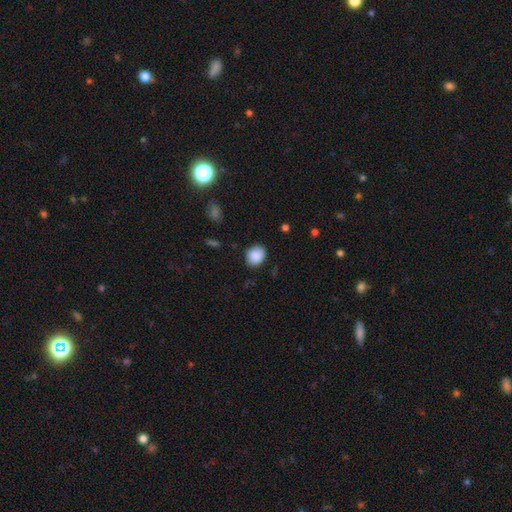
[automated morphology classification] Smooth or featured: smooth — 88% (star or artifact — 8%)
How rounded: round — 59% (in between — 40%)
Merging: none — 83% (minor disturbance — 13%)